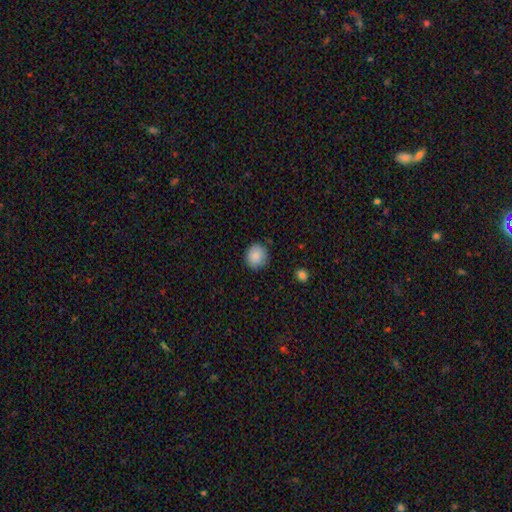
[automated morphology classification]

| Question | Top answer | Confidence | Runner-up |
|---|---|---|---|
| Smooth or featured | smooth | 87% | star or artifact (8%) |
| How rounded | round | 89% | in between (10%) |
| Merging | none | 87% | minor disturbance (10%) |